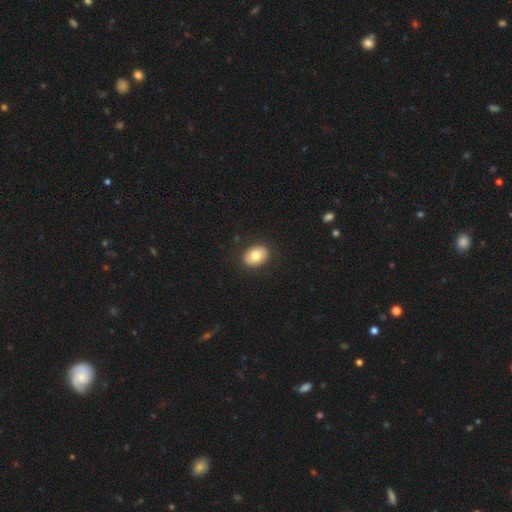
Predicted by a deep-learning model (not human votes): Q: Smooth or featured?
A: smooth (78%); runner-up: featured or disk (15%)
Q: How rounded?
A: in between (68%); runner-up: round (31%)
Q: Merging?
A: none (90%); runner-up: minor disturbance (7%)